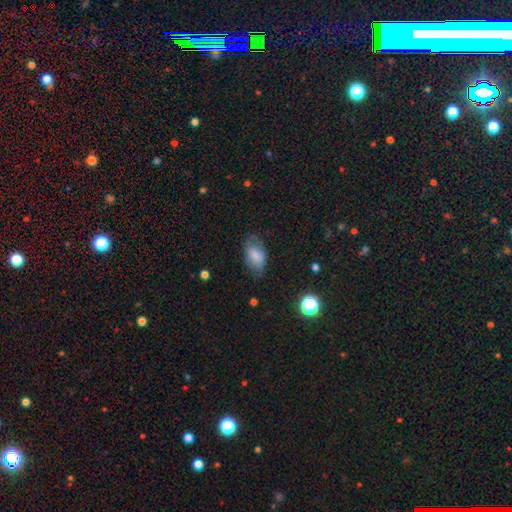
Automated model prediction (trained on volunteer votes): Smooth or featured? Predicted: smooth (p=0.73). How rounded? Predicted: in between (p=0.91). Merging? Predicted: none (p=0.60).